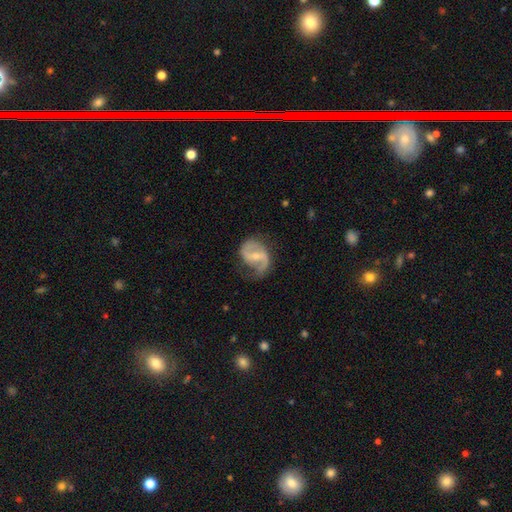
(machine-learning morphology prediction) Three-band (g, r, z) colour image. It shows a featured or disk galaxy (84%) with a weak bar (45%), 2 (79%) medium (45%) spiral arms (93%) and a small central bulge (57%). Merging: none (60%).